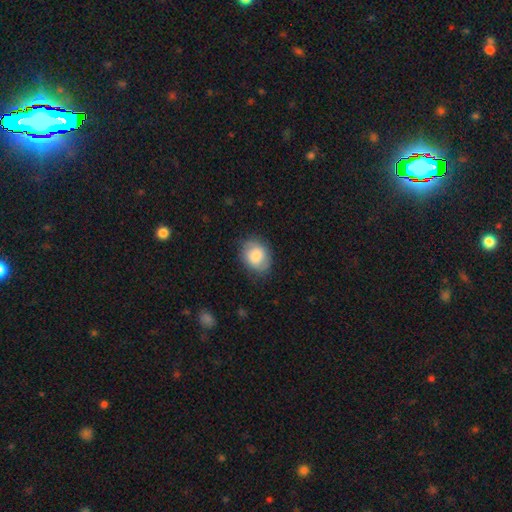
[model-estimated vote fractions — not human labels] smooth-or-featured: smooth: 77% | featured or disk: 16% | star or artifact: 7%
  how-rounded: in between: 58% | round: 41% | cigar-shaped: 1%
  merging: none: 78% | minor disturbance: 17% | major disturbance: 4% | merger: 1%